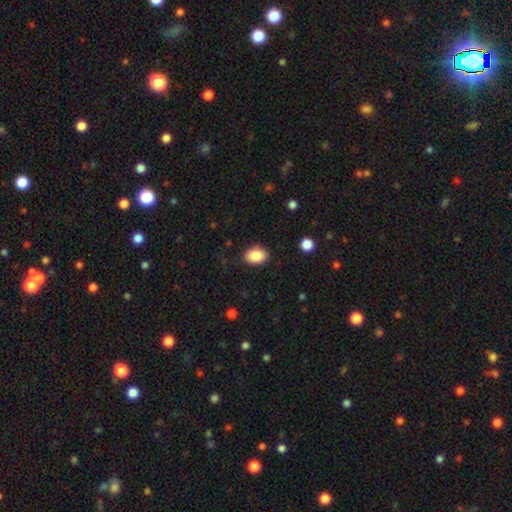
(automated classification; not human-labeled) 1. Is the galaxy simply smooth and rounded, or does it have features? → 87% smooth, 8% star or artifact, 5% featured or disk.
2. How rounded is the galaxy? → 81% in between, 18% round, 1% cigar-shaped.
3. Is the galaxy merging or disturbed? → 86% none, 10% minor disturbance, 3% major disturbance, 1% merger.